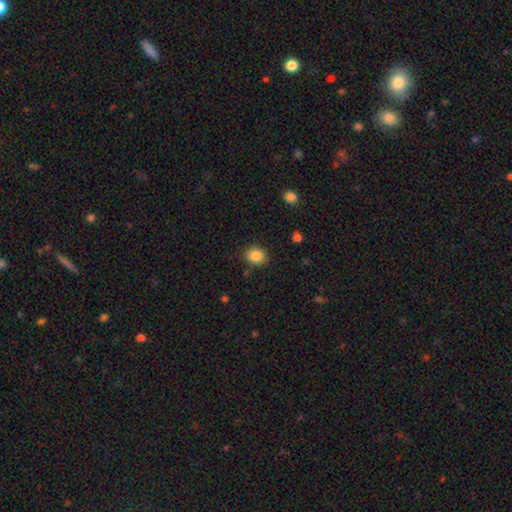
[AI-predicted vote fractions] A smooth galaxy with no disk features (86%) that is round (60%). Merging: none (86%).